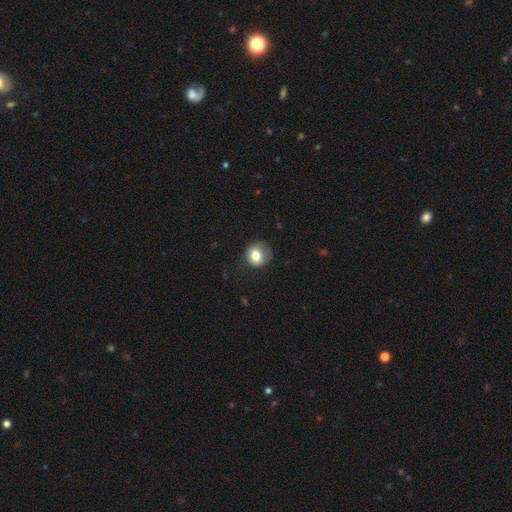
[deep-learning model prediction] smooth-or-featured: smooth: 80% | featured or disk: 11% | star or artifact: 9%
  how-rounded: round: 77% | in between: 23% | cigar-shaped: 1%
  merging: none: 66% | minor disturbance: 23% | major disturbance: 10% | merger: 1%